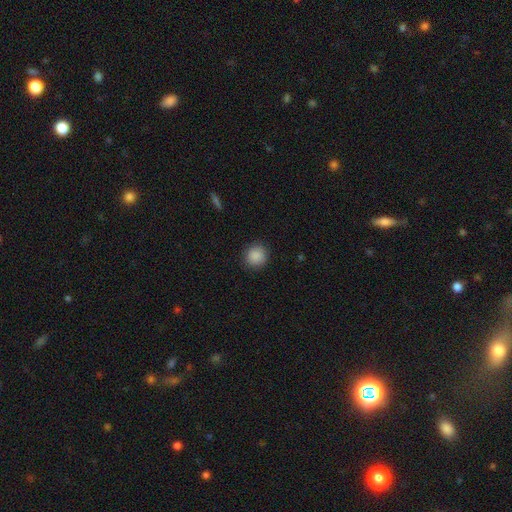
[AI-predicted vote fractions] Overall: smooth (89%). How rounded: round (91%). Merging: none (89%).